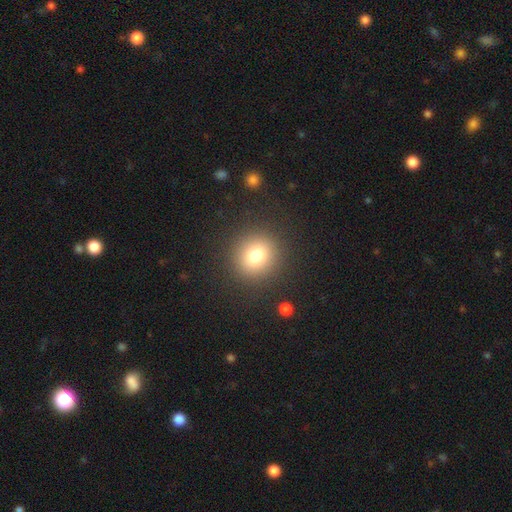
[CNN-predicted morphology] smooth_or_featured: smooth (p=0.77) [alt: star or artifact p=0.14]
how_rounded: round (p=0.89) [alt: in between p=0.10]
merging: none (p=0.89) [alt: minor disturbance p=0.06]